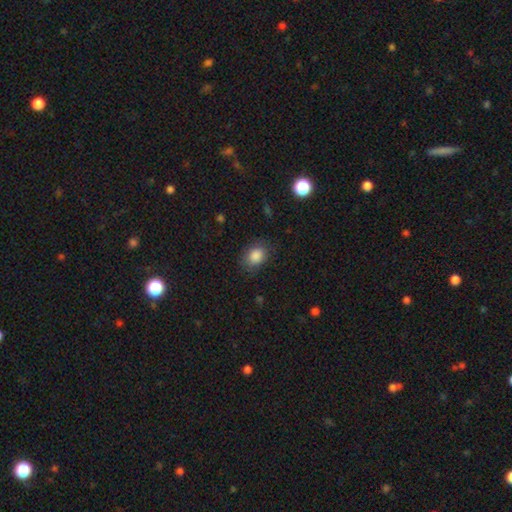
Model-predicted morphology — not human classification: Smooth or featured: smooth — 86% (star or artifact — 9%)
How rounded: in between — 64% (round — 35%)
Merging: none — 79% (minor disturbance — 15%)